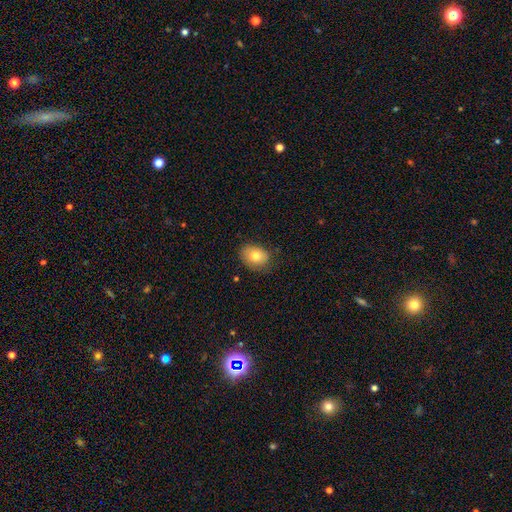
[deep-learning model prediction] A smooth galaxy with no disk features (78%) that is in between round and cigar-shaped (67%).

Vote fractions:
- Smooth or featured? smooth: 78% / featured or disk: 14% / star or artifact: 9%
- How rounded? in between: 67% / round: 32% / cigar-shaped: 1%
- Merging? none: 77% / minor disturbance: 18% / major disturbance: 4% / merger: 1%